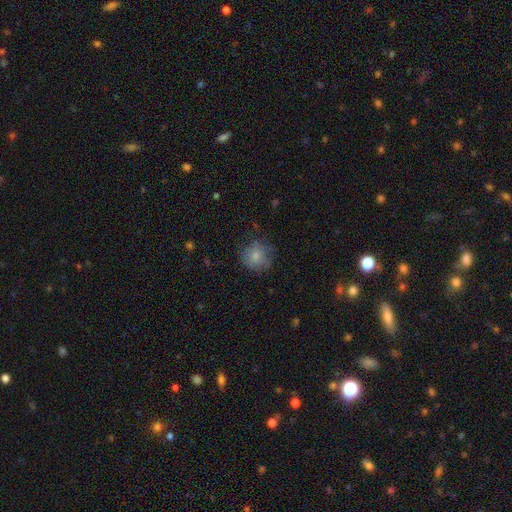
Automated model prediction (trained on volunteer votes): Morphology: type=smooth (81%); roundness=round (89%); merging=none (73%).